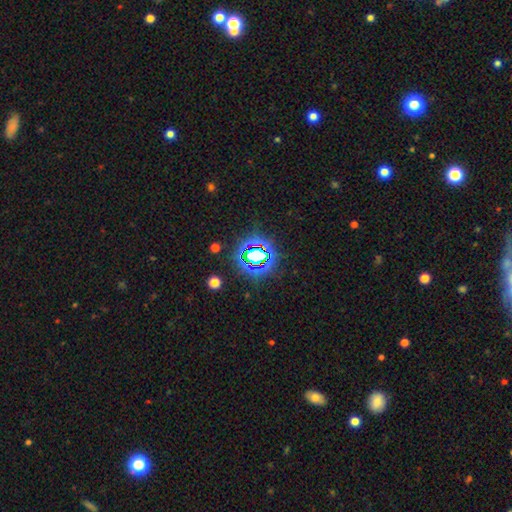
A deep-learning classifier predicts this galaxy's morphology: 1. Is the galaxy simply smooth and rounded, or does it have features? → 70% star or artifact, 19% smooth, 11% featured or disk.